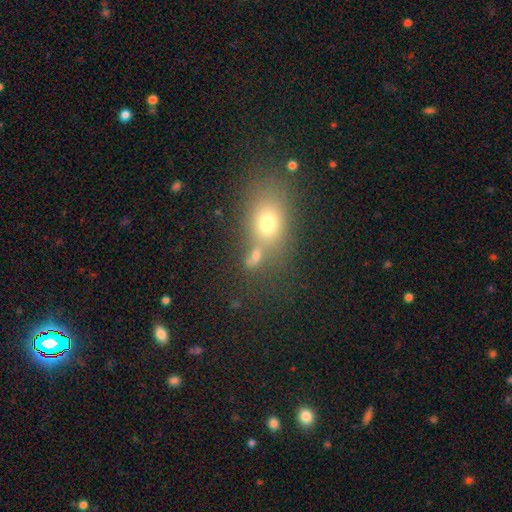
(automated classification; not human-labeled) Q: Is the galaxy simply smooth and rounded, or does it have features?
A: smooth — 65%.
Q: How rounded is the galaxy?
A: in between — 56%.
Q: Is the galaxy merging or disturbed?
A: none — 50%.